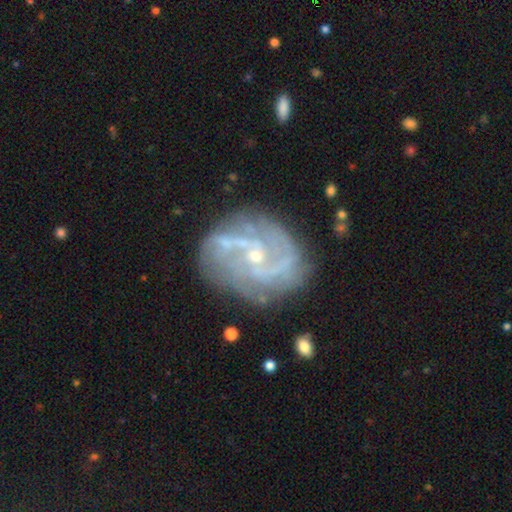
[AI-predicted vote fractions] Smooth or featured?
  - featured or disk: 87% *
  - star or artifact: 7%
  - smooth: 6%
Edge-on disk?
  - no: 97% *
  - yes: 3%
Bar?
  - no: 52% *
  - weak: 36%
  - strong: 12%
Spiral arms?
  - yes: 94% *
  - no: 6%
Spiral winding?
  - medium: 46% *
  - tight: 33%
  - loose: 21%
Spiral arm count?
  - 2: 50% *
  - can't tell: 18%
  - 3: 16%
  - 4: 7%
  - more than 4: 5%
  - 1: 5%
Bulge size?
  - small: 75% *
  - moderate: 21%
  - none: 2%
  - large: 1%
  - dominant: 1%
Merging?
  - none: 69% *
  - minor disturbance: 18%
  - major disturbance: 9%
  - merger: 5%